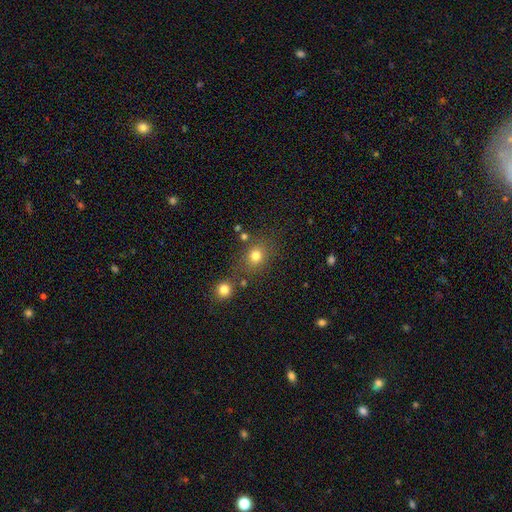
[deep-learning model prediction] Overall: smooth (77%). How rounded: round (70%). Merging: none (70%).